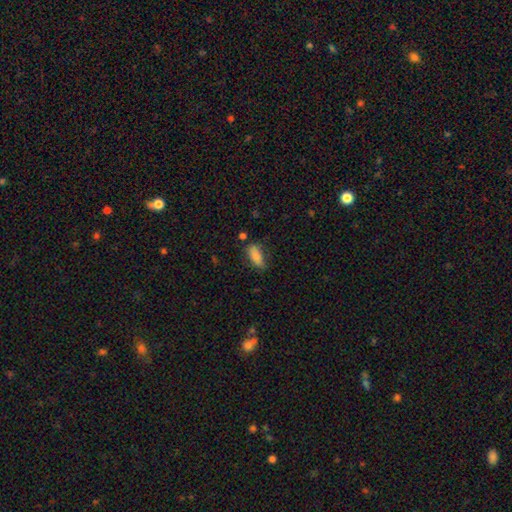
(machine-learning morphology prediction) This appears to be a smooth galaxy with no disk features (80%) that is in between round and cigar-shaped (78%). Merging: none (64%).